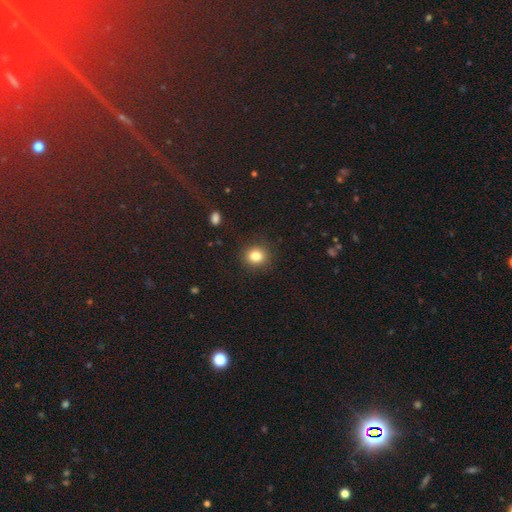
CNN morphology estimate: The model was most divided on "how rounded": round: 80%, in between: 19%, cigar-shaped: 1%. More confident: merging — none (89%); smooth or featured — smooth (83%).